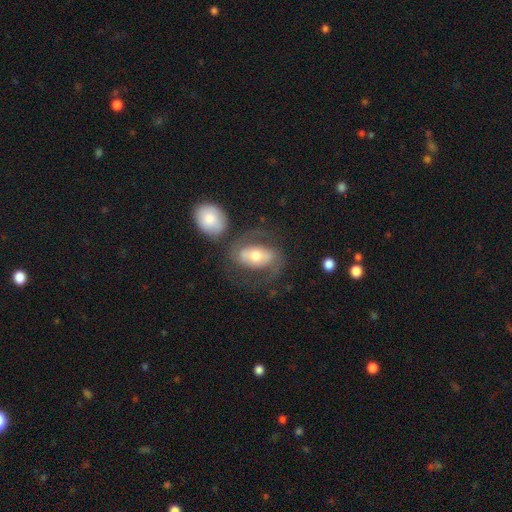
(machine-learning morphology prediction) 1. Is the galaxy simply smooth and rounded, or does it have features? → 62% featured or disk, 31% smooth, 7% star or artifact.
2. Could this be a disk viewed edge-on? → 94% no, 6% yes.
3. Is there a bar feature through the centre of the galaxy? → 36% no, 35% strong, 29% weak.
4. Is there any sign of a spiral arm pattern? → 70% yes, 30% no.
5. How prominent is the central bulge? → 66% moderate, 20% small, 11% large, 2% dominant, 1% none.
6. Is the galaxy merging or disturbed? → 52% none, 17% major disturbance, 16% merger, 16% minor disturbance.